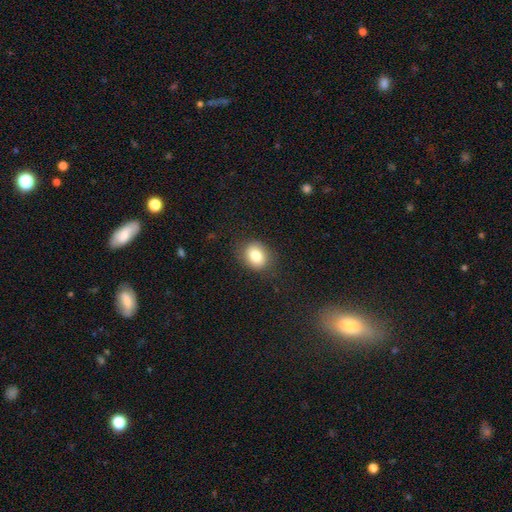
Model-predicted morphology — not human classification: This is clearly a smooth galaxy (81%). How rounded: possibly round (55%). Merging: clearly none (84%).